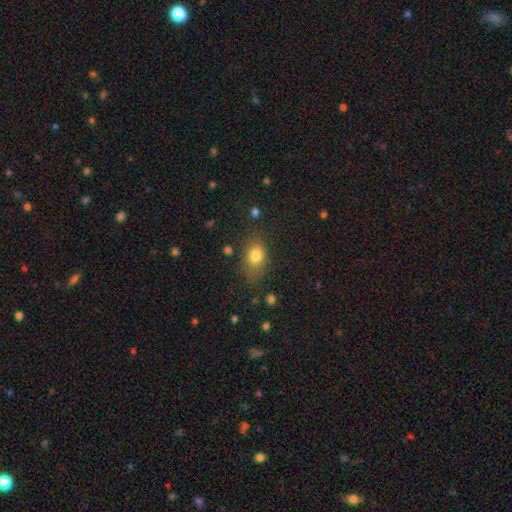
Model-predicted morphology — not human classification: A smooth galaxy with no disk features (79%) that is in between round and cigar-shaped (72%).

Vote fractions:
- Smooth or featured? smooth: 79% / star or artifact: 12% / featured or disk: 9%
- How rounded? in between: 72% / round: 26% / cigar-shaped: 2%
- Merging? none: 71% / minor disturbance: 19% / major disturbance: 7% / merger: 3%